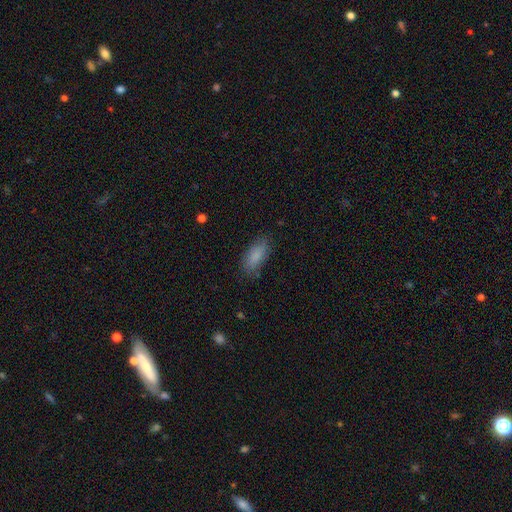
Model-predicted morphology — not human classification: Q: Smooth or featured?
A: smooth (85%); runner-up: featured or disk (8%)
Q: How rounded?
A: in between (83%); runner-up: cigar-shaped (15%)
Q: Merging?
A: none (79%); runner-up: minor disturbance (16%)